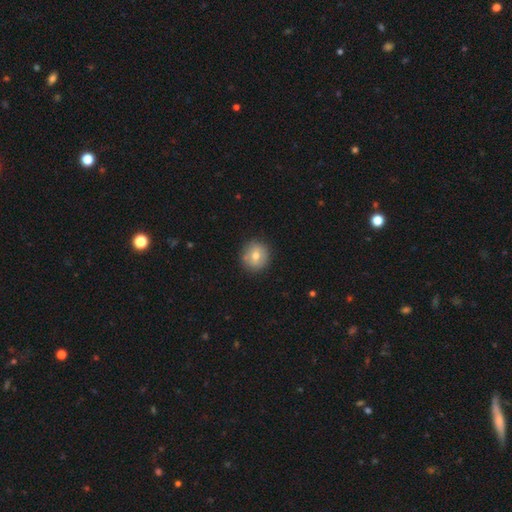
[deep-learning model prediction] The model was most divided on "smooth or featured": smooth: 70%, featured or disk: 21%, star or artifact: 9%. More confident: how rounded — round (90%); merging — none (87%).